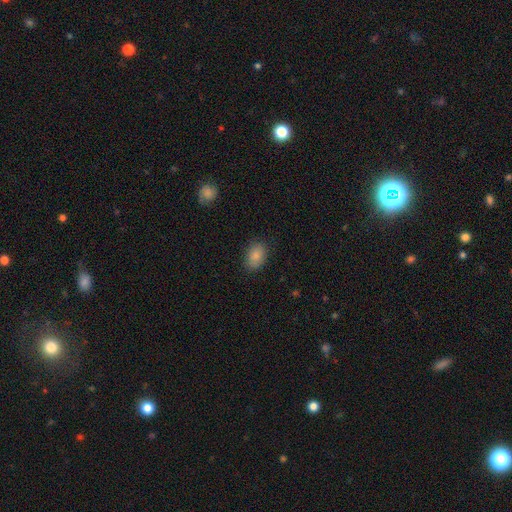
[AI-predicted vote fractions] A smooth galaxy with no disk features (86%) that is in between round and cigar-shaped (84%).

Vote fractions:
- Smooth or featured? smooth: 86% / star or artifact: 8% / featured or disk: 6%
- How rounded? in between: 84% / round: 15% / cigar-shaped: 1%
- Merging? none: 85% / minor disturbance: 11% / major disturbance: 3% / merger: 1%